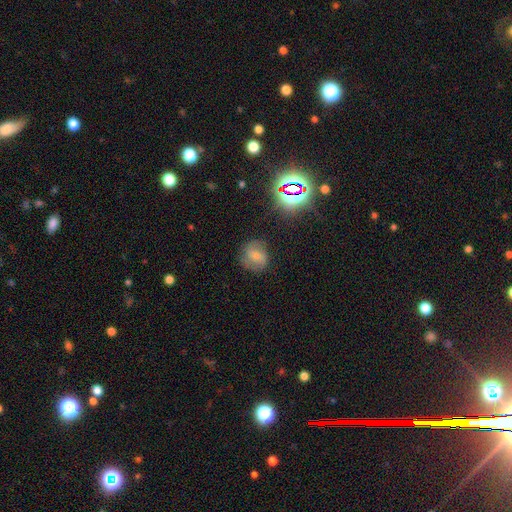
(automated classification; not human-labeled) This is possibly a smooth galaxy (51%). How rounded: likely round (78%). Merging: likely none (74%).